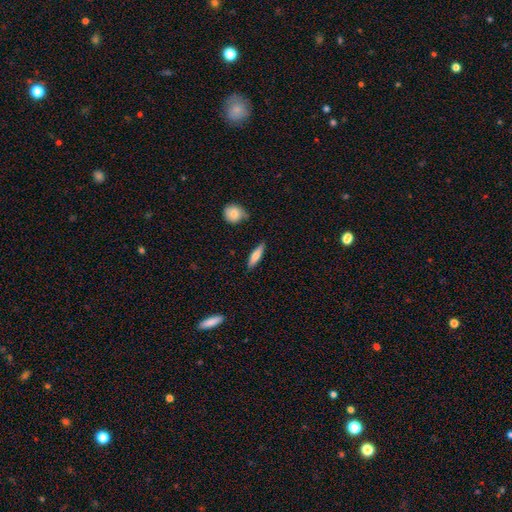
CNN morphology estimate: This is likely a smooth galaxy (66%). How rounded: likely cigar-shaped (70%). Merging: clearly none (84%).